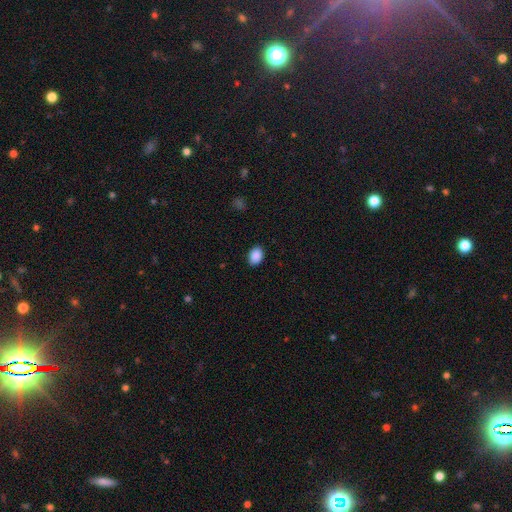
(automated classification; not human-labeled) Q: Smooth or featured?
A: smooth (90%); runner-up: star or artifact (8%)
Q: How rounded?
A: in between (75%); runner-up: round (24%)
Q: Merging?
A: none (88%); runner-up: minor disturbance (9%)